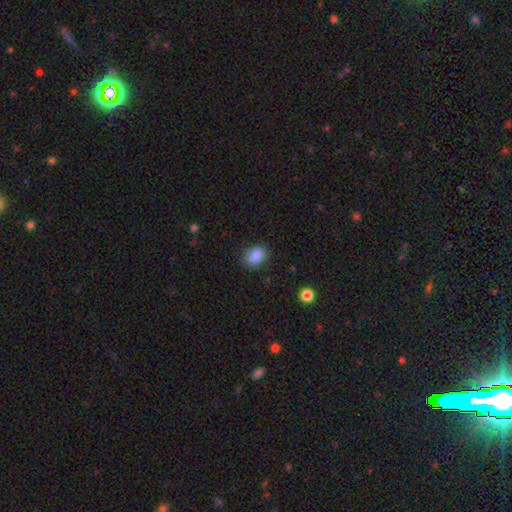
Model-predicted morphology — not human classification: A smooth galaxy with no disk features (88%) that is in between round and cigar-shaped (79%).

Vote fractions:
- Smooth or featured? smooth: 88% / star or artifact: 9% / featured or disk: 3%
- How rounded? in between: 79% / round: 20% / cigar-shaped: 1%
- Merging? none: 82% / minor disturbance: 13% / major disturbance: 3% / merger: 1%